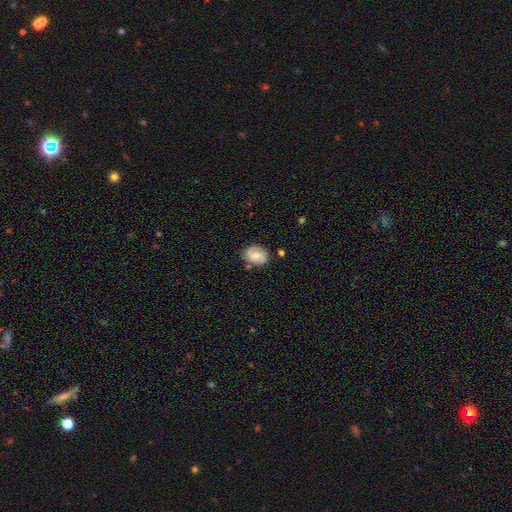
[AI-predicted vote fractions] This appears to be a featured or disk galaxy (49%). Merging: none (72%).